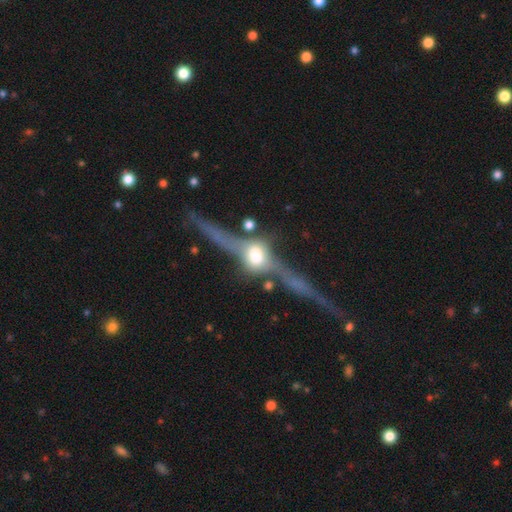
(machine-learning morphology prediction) type=featured or disk (81%); edge-on=yes (88%); edge-on bulge=rounded (95%); merging=none (63%).